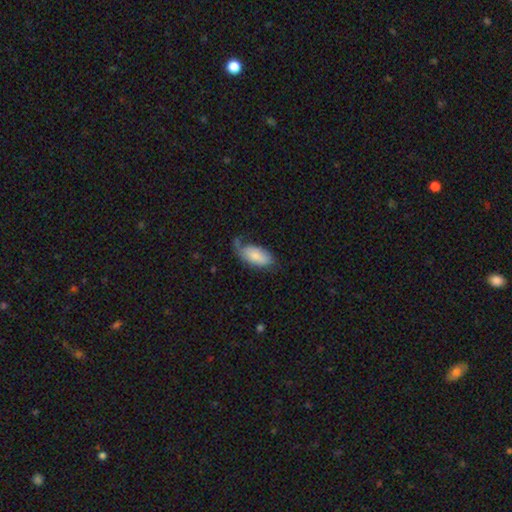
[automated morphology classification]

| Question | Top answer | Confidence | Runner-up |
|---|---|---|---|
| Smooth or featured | smooth | 75% | featured or disk (19%) |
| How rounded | in between | 93% | cigar-shaped (5%) |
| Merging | none | 38% | minor disturbance (33%) |